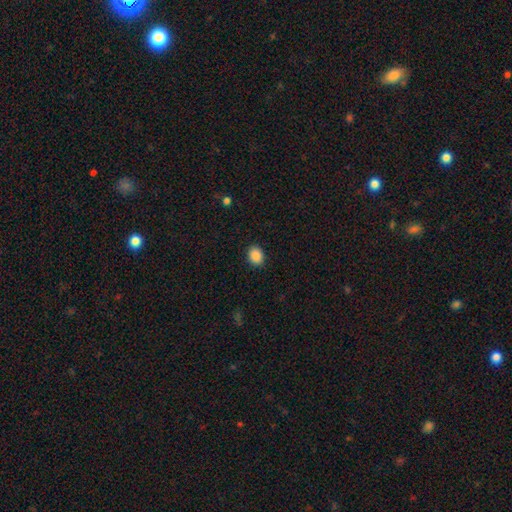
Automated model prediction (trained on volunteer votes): Q: Smooth or featured?
A: smooth (89%); runner-up: star or artifact (9%)
Q: How rounded?
A: in between (50%); runner-up: round (49%)
Q: Merging?
A: none (90%); runner-up: minor disturbance (7%)